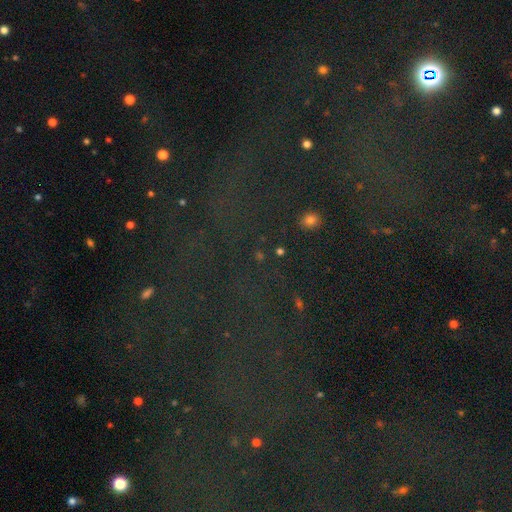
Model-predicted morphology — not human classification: A star or artifact, not a galaxy (76%).

Vote fractions:
- Smooth or featured? star or artifact: 76% / smooth: 13% / featured or disk: 11%